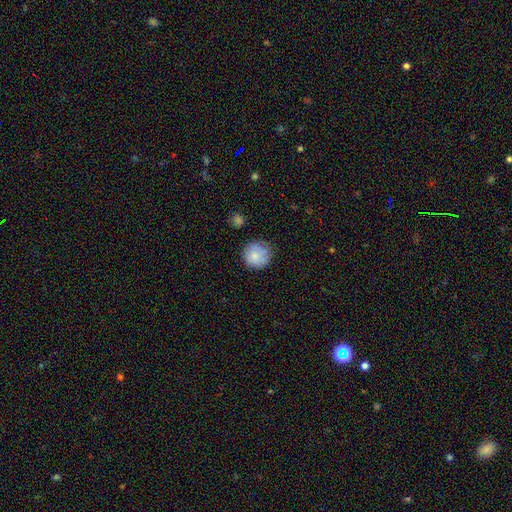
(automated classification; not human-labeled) smooth 83%, featured or disk 9%, star or artifact 8%. Down the decision tree: how rounded — round (94%); merging — none (78%).